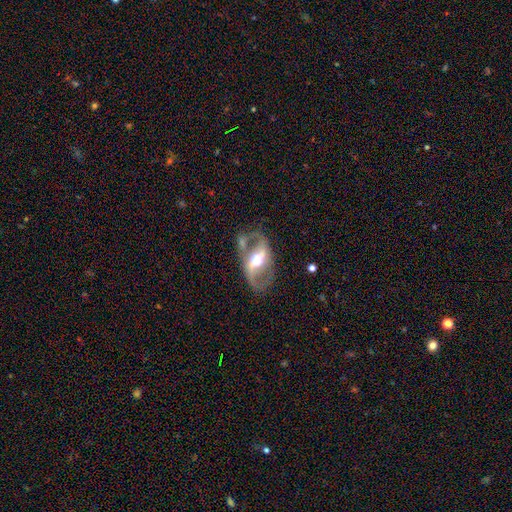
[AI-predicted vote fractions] featured or disk 85%, smooth 9%, star or artifact 5%. Down the decision tree: edge-on disk — no (94%); bar — strong (46%); spiral arms — yes (85%); spiral arm count — 2 (89%); spiral winding — medium (45%); bulge size — moderate (74%); merging — none (67%).